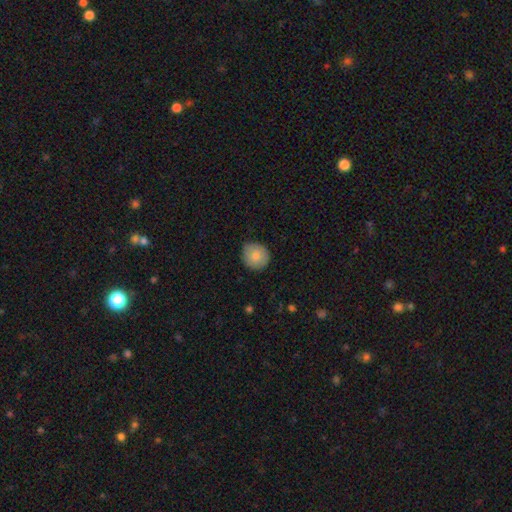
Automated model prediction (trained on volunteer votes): Smooth or featured: smooth — 82% (featured or disk — 11%)
How rounded: round — 88% (in between — 11%)
Merging: none — 83% (minor disturbance — 13%)